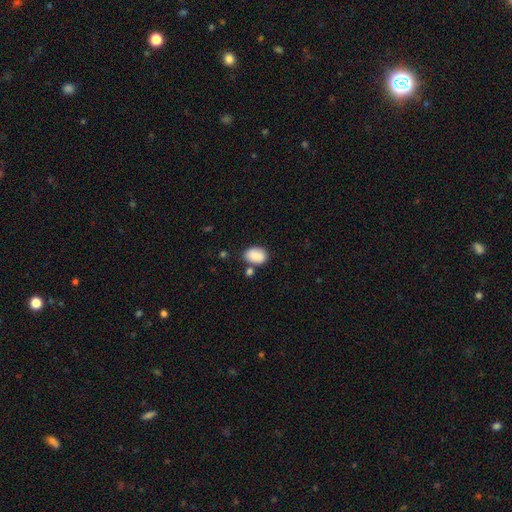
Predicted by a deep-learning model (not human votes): Q: Smooth or featured?
A: smooth (88%); runner-up: star or artifact (7%)
Q: How rounded?
A: in between (80%); runner-up: round (19%)
Q: Merging?
A: none (66%); runner-up: minor disturbance (16%)